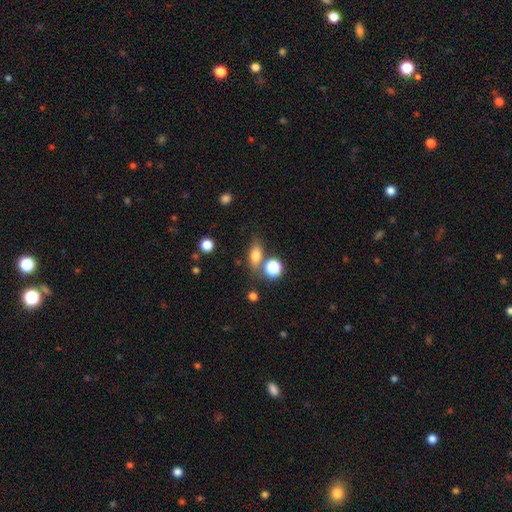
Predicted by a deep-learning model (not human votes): This is likely a smooth galaxy (74%). How rounded: likely in between (68%). Merging: likely none (67%).